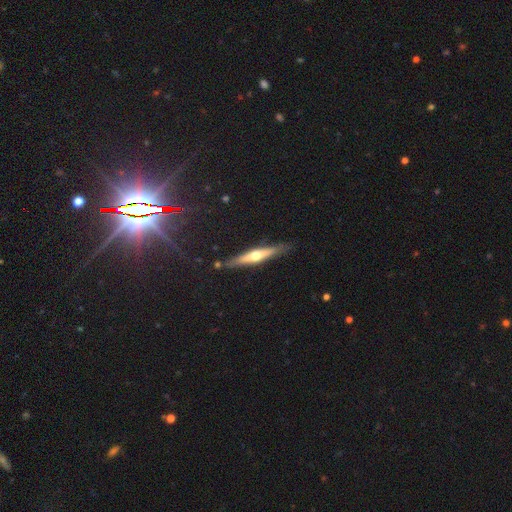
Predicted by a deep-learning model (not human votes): Smooth or featured: featured or disk — 65% (smooth — 29%)
Edge-on disk: yes — 95% (no — 5%)
Edge-on bulge: rounded — 89% (none — 7%)
Merging: none — 85% (minor disturbance — 10%)